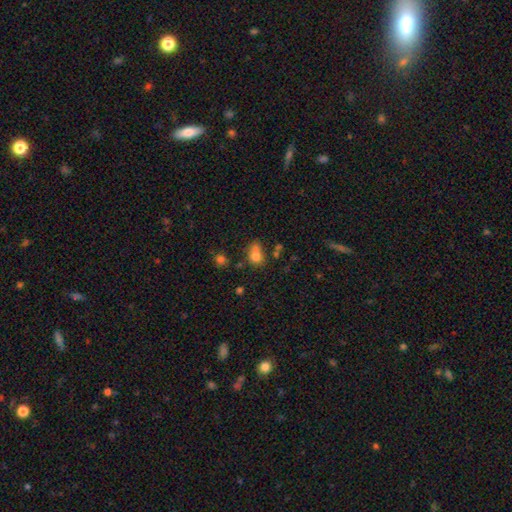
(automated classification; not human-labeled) smooth 76%, star or artifact 13%, featured or disk 11%. Down the decision tree: how rounded — round (56%); merging — none (42%).